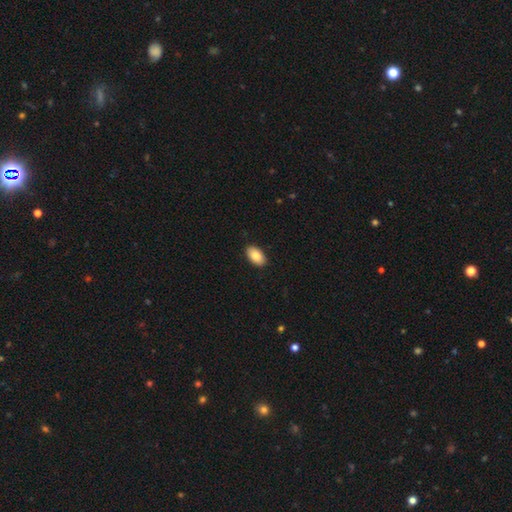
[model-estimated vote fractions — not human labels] smooth_or_featured: smooth (p=0.87) [alt: featured or disk p=0.07]
how_rounded: in between (p=0.94) [alt: round p=0.05]
merging: none (p=0.90) [alt: minor disturbance p=0.08]